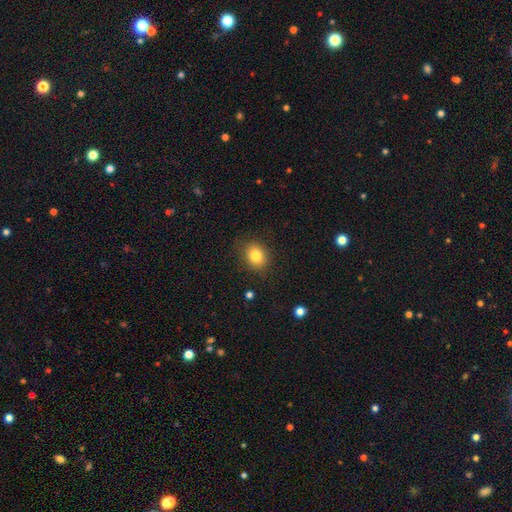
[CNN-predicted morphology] type=smooth (82%); roundness=round (60%); merging=none (86%).